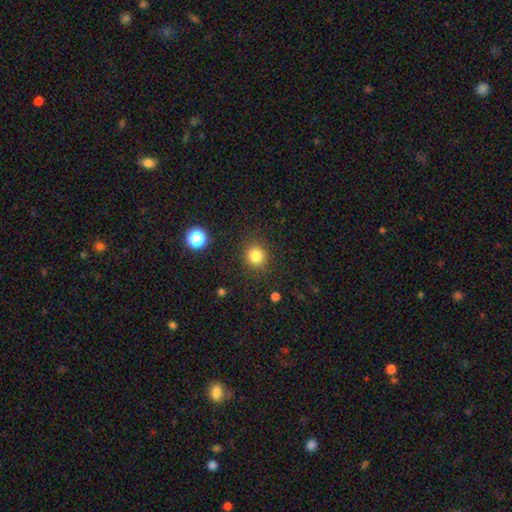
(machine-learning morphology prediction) Smooth or featured?
  - smooth: 82% *
  - star or artifact: 13%
  - featured or disk: 5%
How rounded?
  - round: 90% *
  - in between: 9%
  - cigar-shaped: 1%
Merging?
  - none: 88% *
  - minor disturbance: 7%
  - major disturbance: 3%
  - merger: 1%